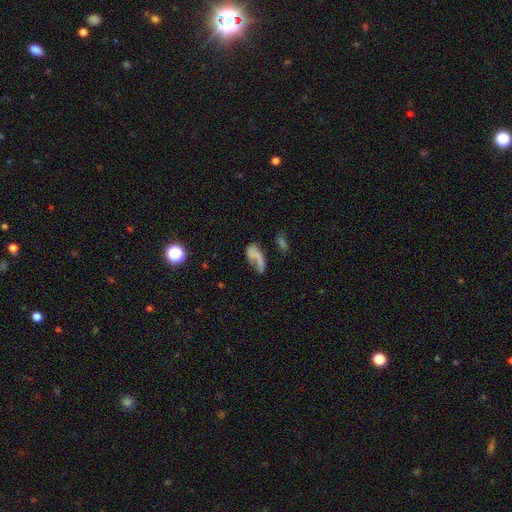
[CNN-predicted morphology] This appears to be a smooth galaxy with no disk features (56%) that is in between round and cigar-shaped (82%). Merging: major disturbance (37%).